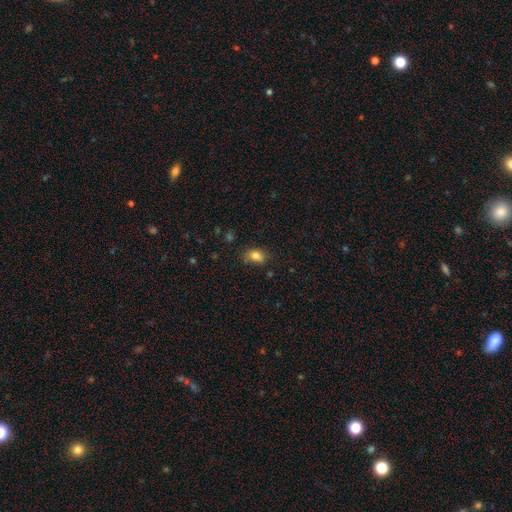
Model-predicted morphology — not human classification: Smooth or featured? Predicted: smooth (p=0.82). How rounded? Predicted: in between (p=0.77). Merging? Predicted: none (p=0.71).